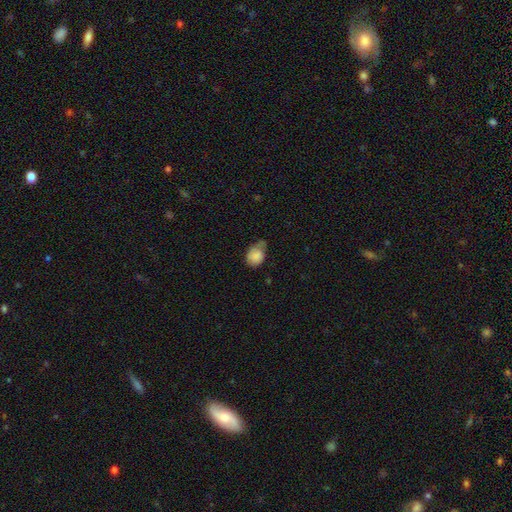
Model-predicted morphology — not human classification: Q: Smooth or featured?
A: smooth (82%); runner-up: featured or disk (10%)
Q: How rounded?
A: in between (62%); runner-up: round (37%)
Q: Merging?
A: minor disturbance (43%); runner-up: none (37%)